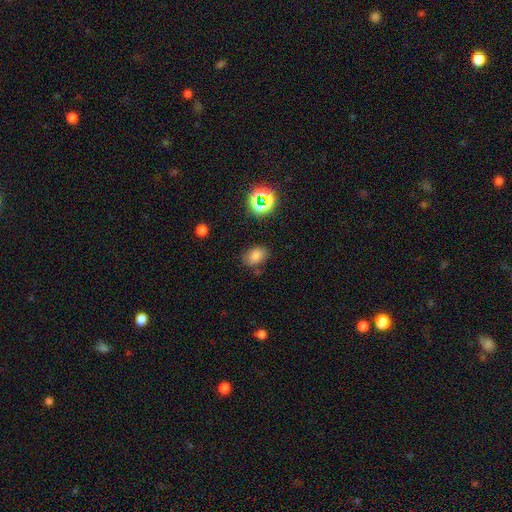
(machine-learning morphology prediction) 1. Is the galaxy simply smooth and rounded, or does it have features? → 74% smooth, 16% star or artifact, 9% featured or disk.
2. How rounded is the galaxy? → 77% in between, 22% round, 1% cigar-shaped.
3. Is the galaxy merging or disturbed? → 75% none, 16% minor disturbance, 4% merger, 4% major disturbance.